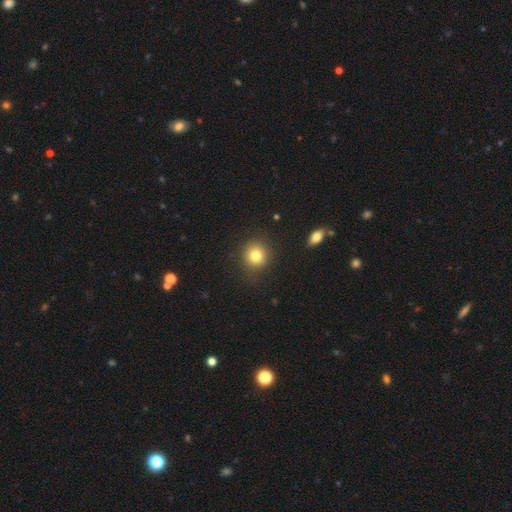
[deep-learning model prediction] A smooth galaxy with no disk features (81%) that is round (87%).

Vote fractions:
- Smooth or featured? smooth: 81% / star or artifact: 11% / featured or disk: 7%
- How rounded? round: 87% / in between: 12% / cigar-shaped: 1%
- Merging? none: 88% / minor disturbance: 8% / major disturbance: 3% / merger: 1%